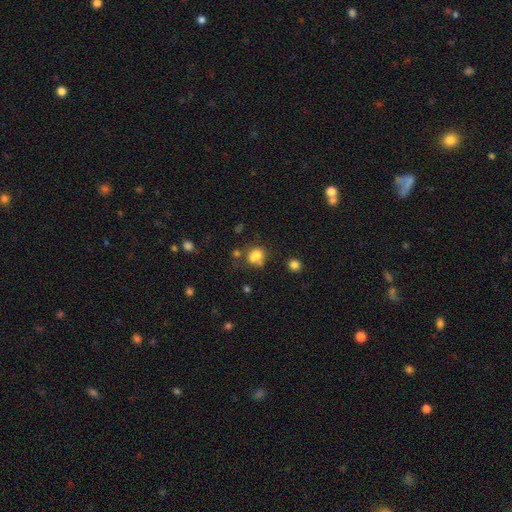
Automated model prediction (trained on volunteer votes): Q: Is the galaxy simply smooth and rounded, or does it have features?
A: smooth — 71%.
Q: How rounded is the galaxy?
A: round — 62%.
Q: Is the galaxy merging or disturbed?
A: merger — 39%.